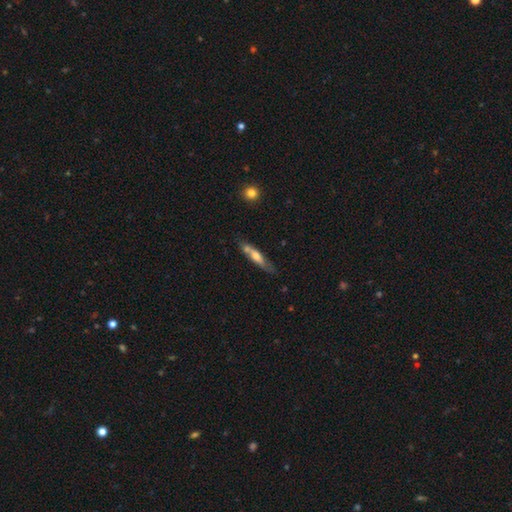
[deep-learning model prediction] Overall: featured or disk (47%, tied with smooth). Merging: none (62%).